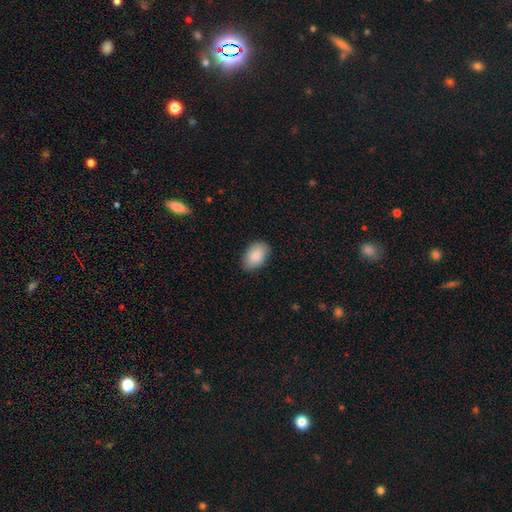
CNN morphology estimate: A smooth galaxy with no disk features (88%) that is in between round and cigar-shaped (90%). Merging: none (85%).